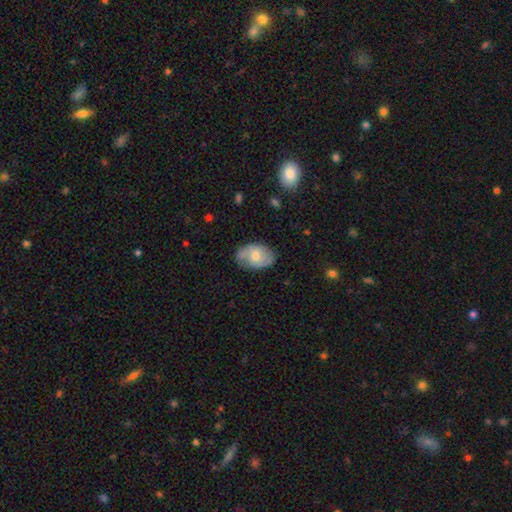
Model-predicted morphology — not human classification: The model was most divided on "smooth or featured": smooth: 47%, featured or disk: 46%, star or artifact: 7%. More confident: merging — none (66%).